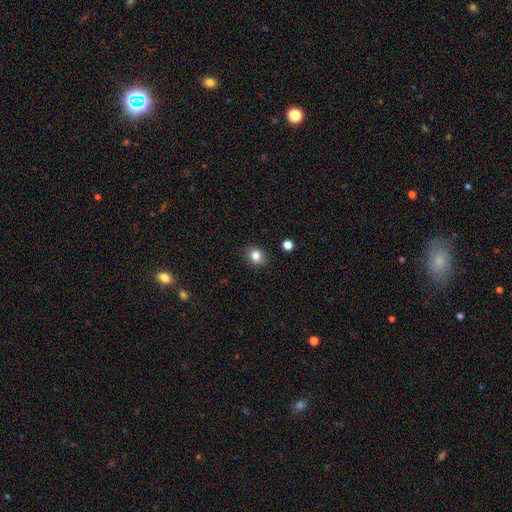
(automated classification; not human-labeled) Smooth or featured? smooth (83%)
How rounded? round (56%)
Merging? none (86%)